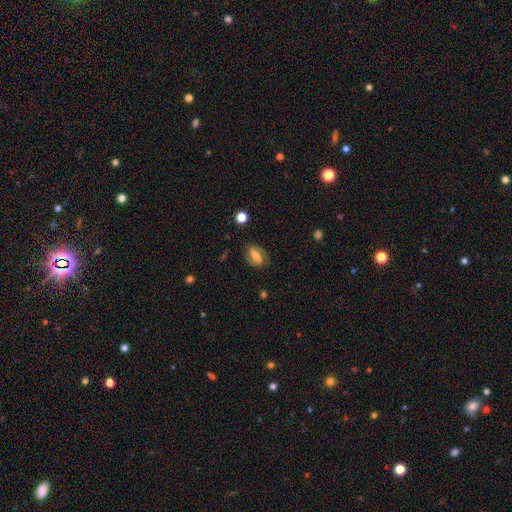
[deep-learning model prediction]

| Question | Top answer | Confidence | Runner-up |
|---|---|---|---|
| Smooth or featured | featured or disk | 61% | smooth (31%) |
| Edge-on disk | no | 93% | yes (7%) |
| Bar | strong | 45% | weak (36%) |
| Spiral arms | yes | 85% | no (15%) |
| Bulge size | moderate | 46% | small (30%) |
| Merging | none | 76% | minor disturbance (16%) |